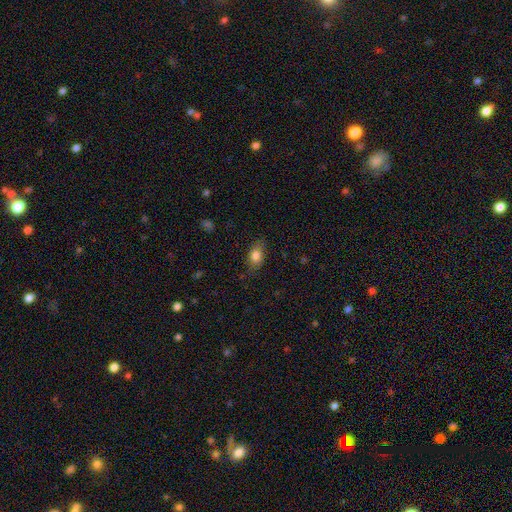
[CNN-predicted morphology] type=smooth (80%); roundness=in between (83%); merging=none (79%).